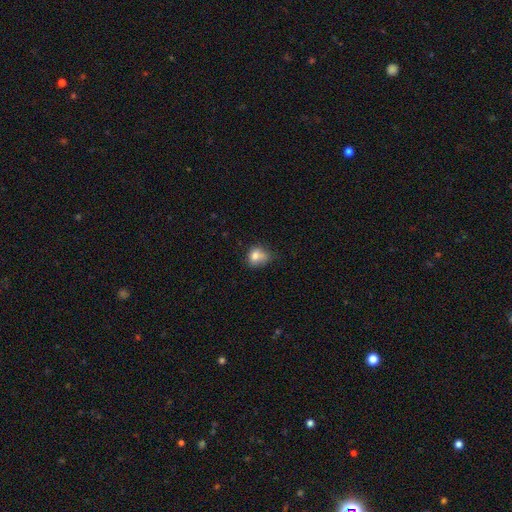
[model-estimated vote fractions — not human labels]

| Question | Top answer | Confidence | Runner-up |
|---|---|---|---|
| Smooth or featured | smooth | 79% | star or artifact (11%) |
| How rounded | round | 58% | in between (41%) |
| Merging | none | 45% | minor disturbance (36%) |